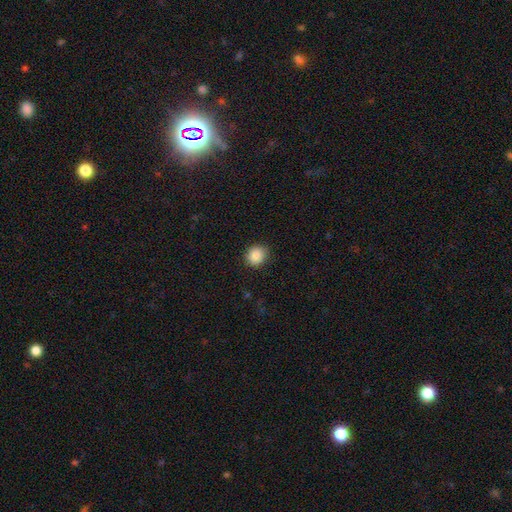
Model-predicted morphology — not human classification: smooth 89%, star or artifact 8%, featured or disk 3%. Down the decision tree: how rounded — round (76%); merging — none (87%).